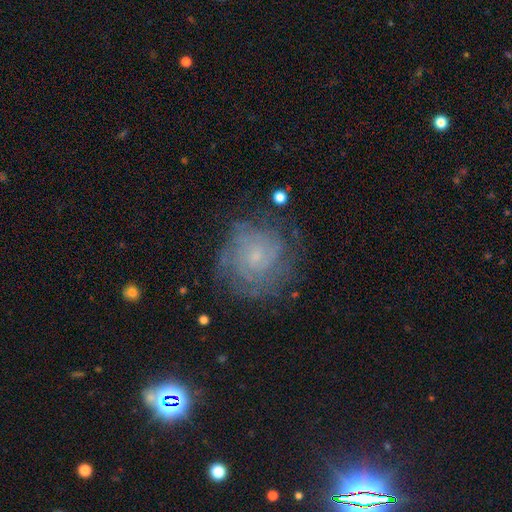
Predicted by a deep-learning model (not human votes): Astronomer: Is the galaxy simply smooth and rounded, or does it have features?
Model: featured or disk — 69%.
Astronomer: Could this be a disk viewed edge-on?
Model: no — 97%.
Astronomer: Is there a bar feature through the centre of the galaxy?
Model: no — 75%.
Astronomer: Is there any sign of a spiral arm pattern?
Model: yes — 89%.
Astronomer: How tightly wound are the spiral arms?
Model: tight — 69%.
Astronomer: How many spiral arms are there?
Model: can't tell — 50%.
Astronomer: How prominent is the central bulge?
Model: small — 78%.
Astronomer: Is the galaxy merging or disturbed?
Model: none — 72%.